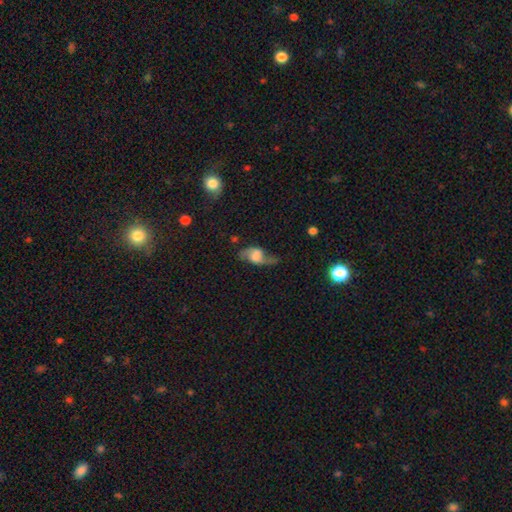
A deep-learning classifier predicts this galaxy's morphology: A featured or disk galaxy (61%) with no bar (43%), spiral arms (87%) and a large central bulge (32%). Merging: none (52%).